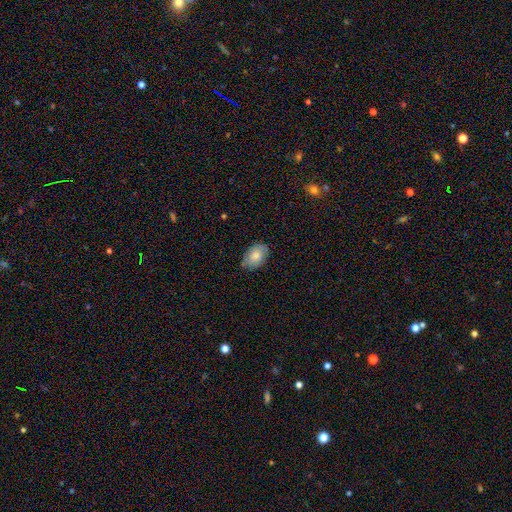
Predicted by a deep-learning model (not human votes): This appears to be a smooth galaxy with no disk features (77%) that is in between round and cigar-shaped (87%). Merging: none (79%).